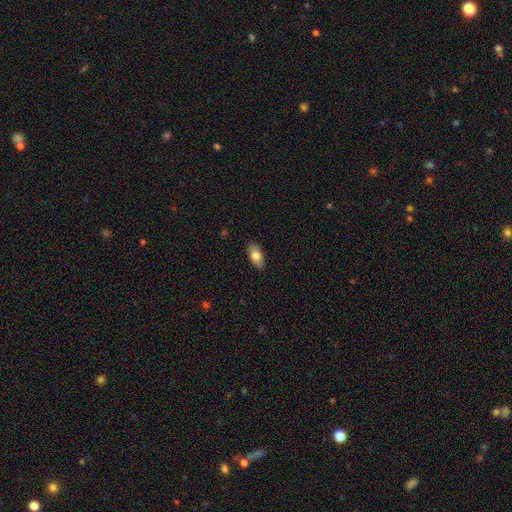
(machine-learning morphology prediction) type=smooth (77%); roundness=in between (90%); merging=none (87%).